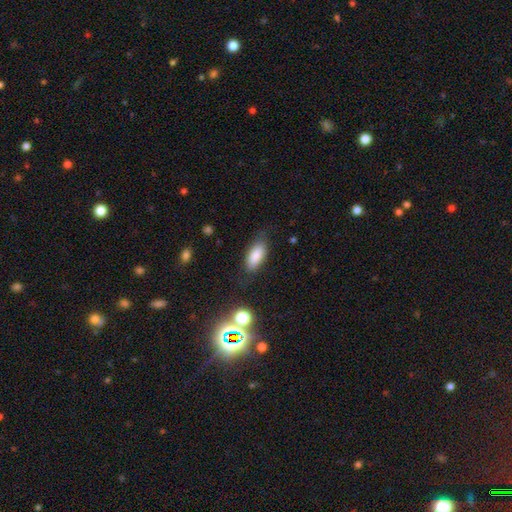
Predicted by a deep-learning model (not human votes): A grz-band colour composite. It shows a smooth galaxy with no disk features (84%) that is in between round and cigar-shaped (85%). Merging: none (77%).